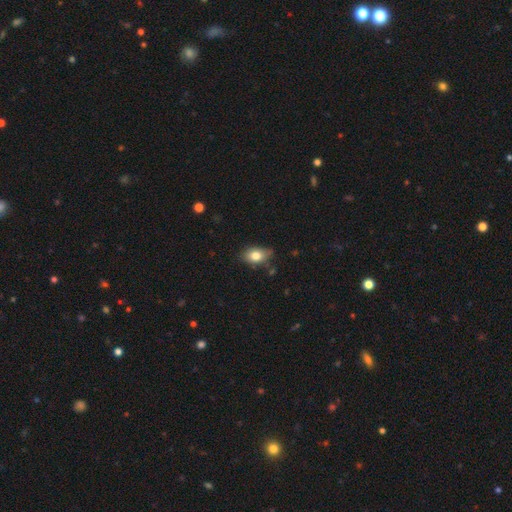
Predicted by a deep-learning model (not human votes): Smooth or featured? smooth (79%)
How rounded? in between (82%)
Merging? none (70%)